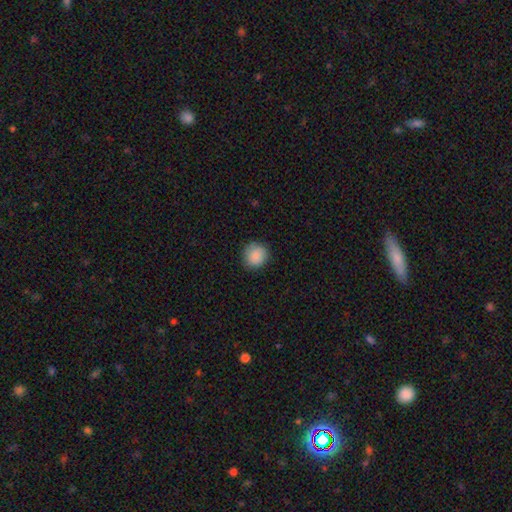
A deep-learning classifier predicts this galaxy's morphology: This is clearly a smooth galaxy (87%). How rounded: clearly round (92%). Merging: clearly none (87%).